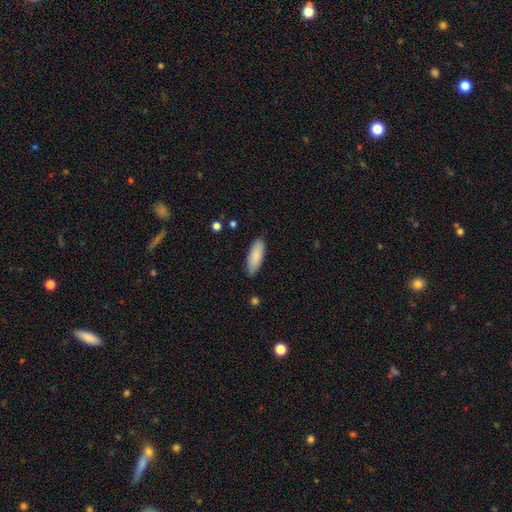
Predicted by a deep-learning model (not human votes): Q: Smooth or featured?
A: smooth (87%); runner-up: featured or disk (7%)
Q: How rounded?
A: in between (69%); runner-up: cigar-shaped (29%)
Q: Merging?
A: none (85%); runner-up: minor disturbance (12%)